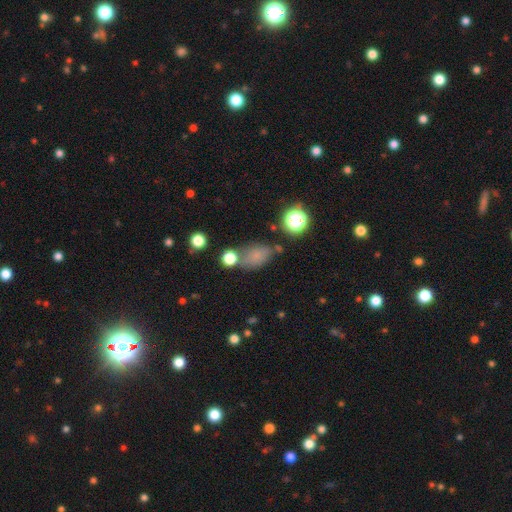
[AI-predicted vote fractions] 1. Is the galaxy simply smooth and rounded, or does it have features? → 72% smooth, 17% star or artifact, 11% featured or disk.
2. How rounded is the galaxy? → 80% in between, 17% round, 3% cigar-shaped.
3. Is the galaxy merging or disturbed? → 58% none, 21% minor disturbance, 13% merger, 8% major disturbance.